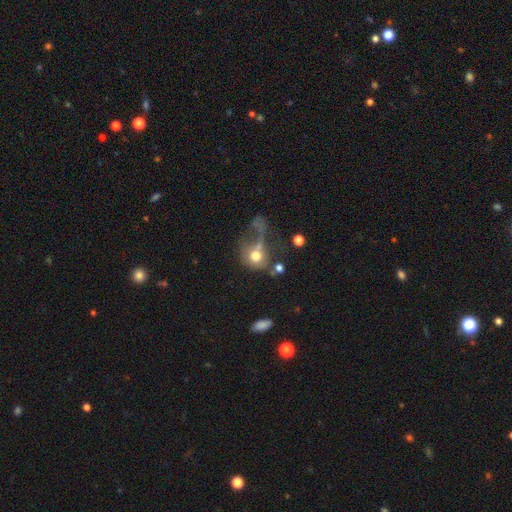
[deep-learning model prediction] Smooth or featured? Predicted: smooth (p=0.65). How rounded? Predicted: round (p=0.69). Merging? Predicted: major disturbance (p=0.45).